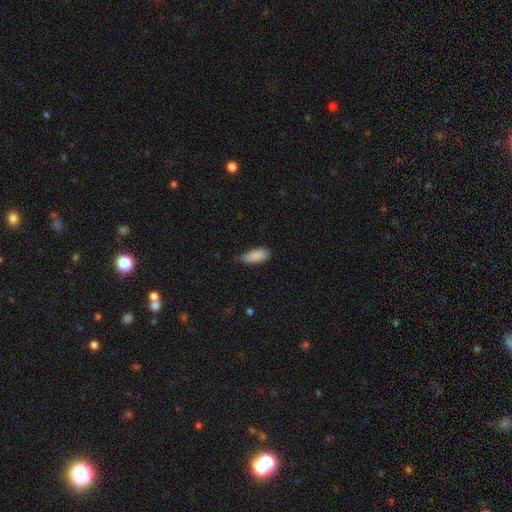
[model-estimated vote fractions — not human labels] The model was most divided on "merging": none: 59%, minor disturbance: 35%, major disturbance: 5%, merger: 1%. More confident: smooth or featured — smooth (88%); how rounded — in between (85%).